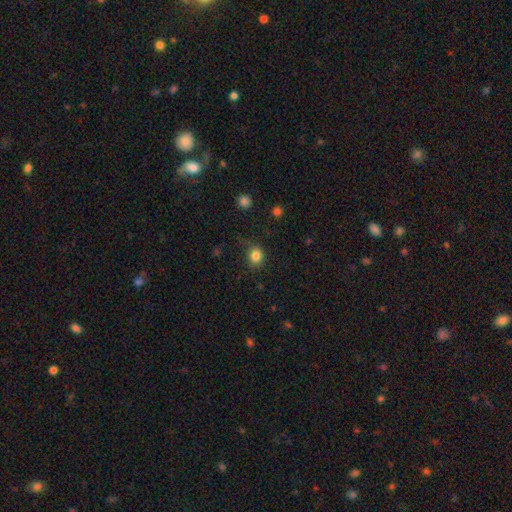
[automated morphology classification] Smooth or featured? smooth (83%)
How rounded? round (67%)
Merging? none (74%)